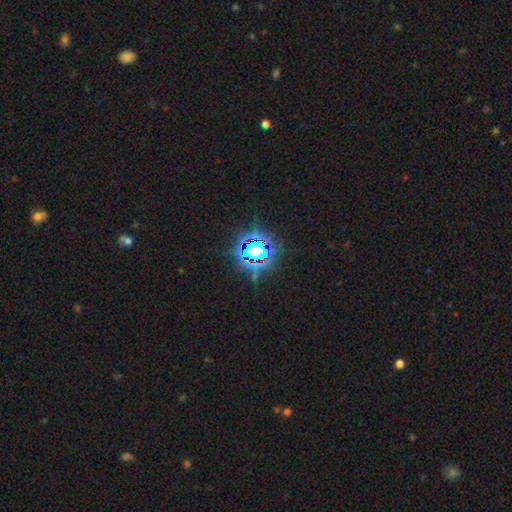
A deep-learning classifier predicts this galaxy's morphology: This appears to be a star or artifact, not a galaxy (78%).